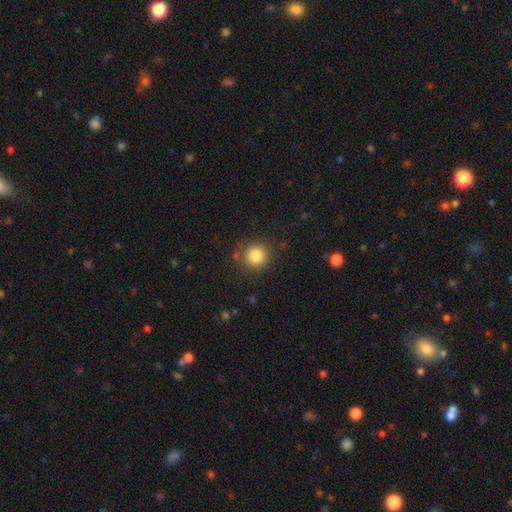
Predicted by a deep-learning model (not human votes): This is clearly a smooth galaxy (83%). How rounded: clearly round (92%). Merging: clearly none (85%).